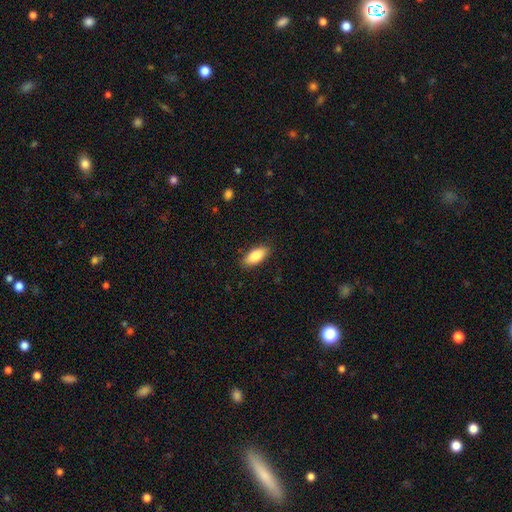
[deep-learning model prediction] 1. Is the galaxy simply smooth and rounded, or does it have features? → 85% smooth, 9% featured or disk, 6% star or artifact.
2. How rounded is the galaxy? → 86% in between, 12% cigar-shaped, 2% round.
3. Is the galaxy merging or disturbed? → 88% none, 9% minor disturbance, 2% major disturbance, 1% merger.